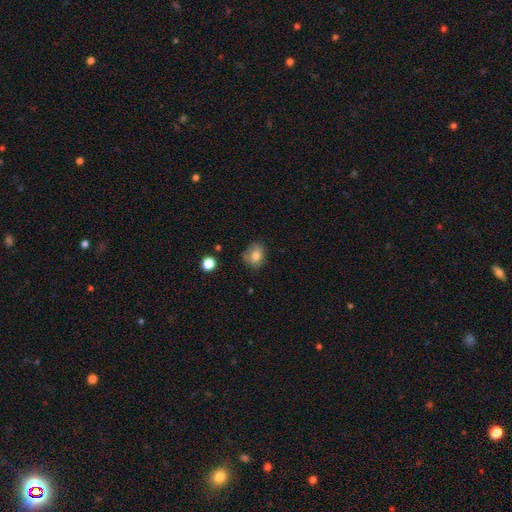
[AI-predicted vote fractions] Overall: smooth (77%). How rounded: round (57%; in between 42%). Merging: none (59%; minor disturbance 29%).